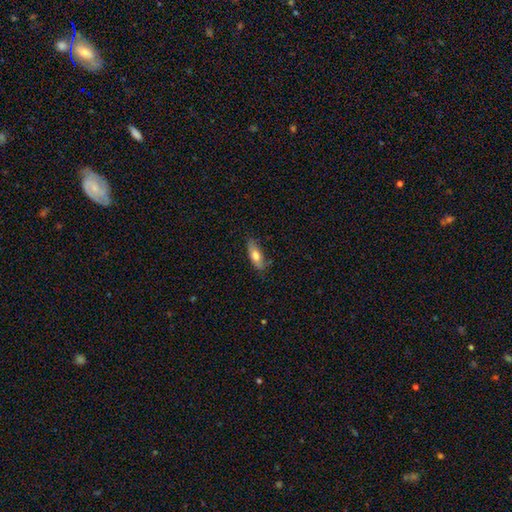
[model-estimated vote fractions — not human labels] Smooth or featured? Predicted: smooth (p=0.70). How rounded? Predicted: in between (p=0.70). Merging? Predicted: none (p=0.76).